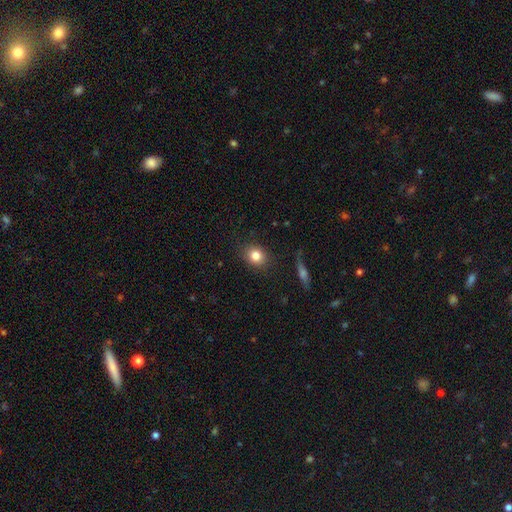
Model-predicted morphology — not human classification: Smooth or featured?
  - smooth: 82% *
  - star or artifact: 10%
  - featured or disk: 8%
How rounded?
  - round: 65% *
  - in between: 34%
  - cigar-shaped: 1%
Merging?
  - none: 86% *
  - minor disturbance: 9%
  - major disturbance: 3%
  - merger: 2%